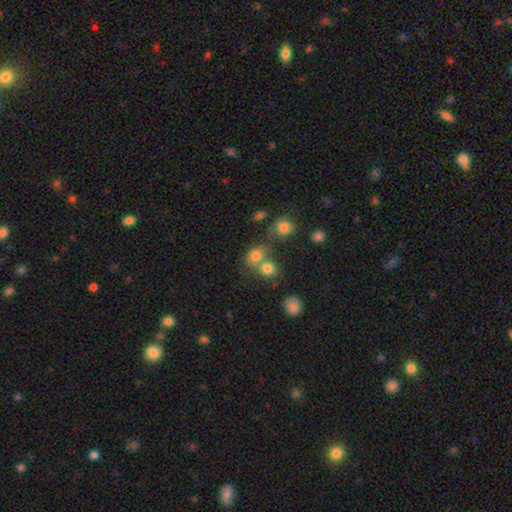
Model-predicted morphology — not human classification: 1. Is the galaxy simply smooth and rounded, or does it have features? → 76% smooth, 14% star or artifact, 9% featured or disk.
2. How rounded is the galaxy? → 63% round, 35% in between, 1% cigar-shaped.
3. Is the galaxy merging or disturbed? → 44% merger, 41% none, 9% minor disturbance, 5% major disturbance.